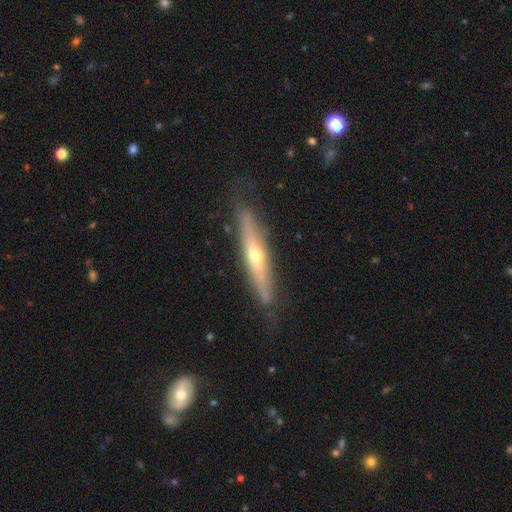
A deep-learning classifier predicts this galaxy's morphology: featured or disk 61%, smooth 33%, star or artifact 6%. Down the decision tree: edge-on disk — yes (84%); edge-on bulge — rounded (80%); merging — none (79%).